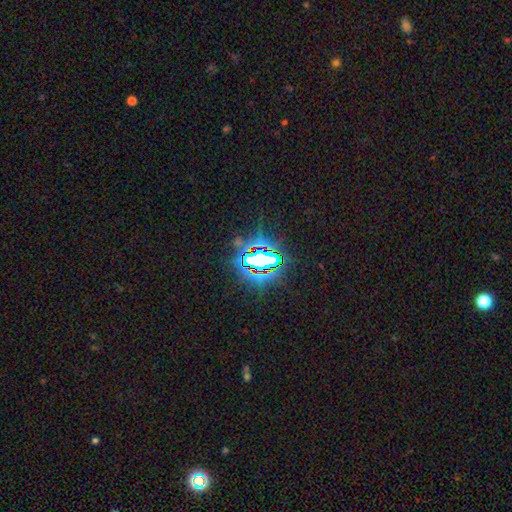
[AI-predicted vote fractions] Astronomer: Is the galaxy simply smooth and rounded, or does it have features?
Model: star or artifact — 74%.